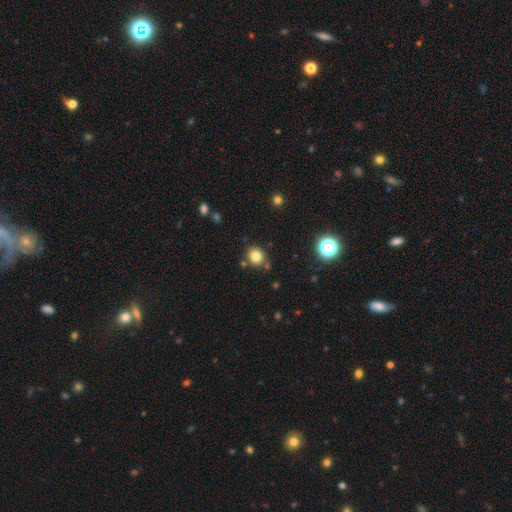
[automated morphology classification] This is clearly a smooth galaxy (81%). How rounded: likely round (80%). Merging: clearly none (81%).